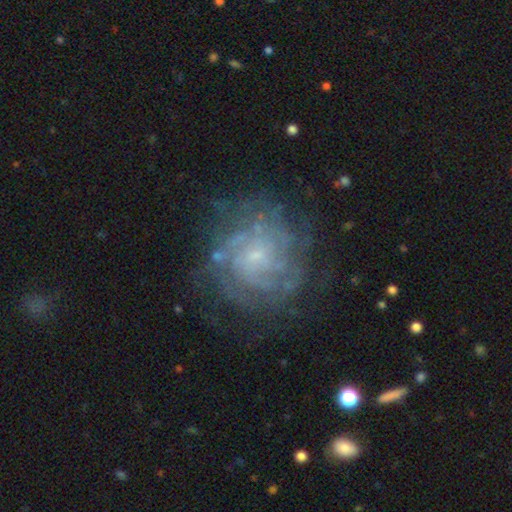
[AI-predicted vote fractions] Smooth or featured? featured or disk (78%)
Edge-on disk? no (98%)
Bar? no (70%)
Spiral arms? yes (88%)
Spiral winding? tight (65%)
Spiral arm count? can't tell (47%)
Bulge size? small (73%)
Merging? none (74%)